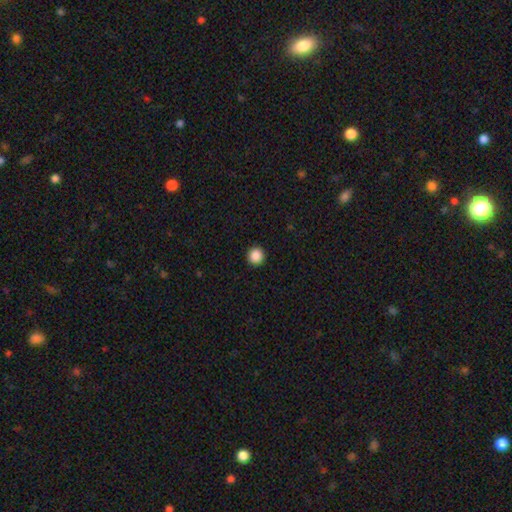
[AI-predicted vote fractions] Smooth or featured?
  - smooth: 88% *
  - star or artifact: 10%
  - featured or disk: 2%
How rounded?
  - round: 95% *
  - in between: 4%
  - cigar-shaped: 1%
Merging?
  - none: 93% *
  - minor disturbance: 4%
  - major disturbance: 1%
  - merger: 1%